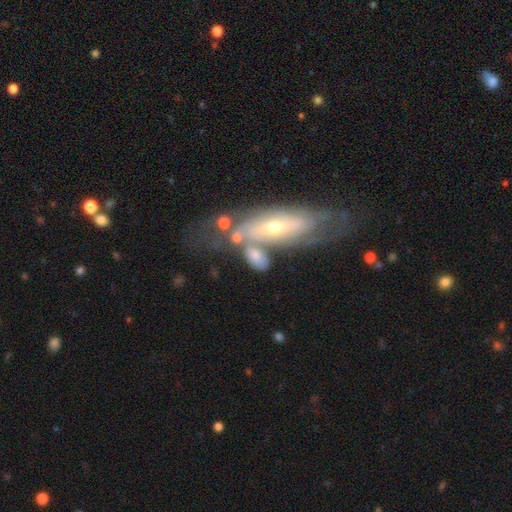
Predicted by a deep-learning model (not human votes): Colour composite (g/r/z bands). It shows a smooth galaxy with no disk features (58%) that is in between round and cigar-shaped (79%). Merging: none (38%).